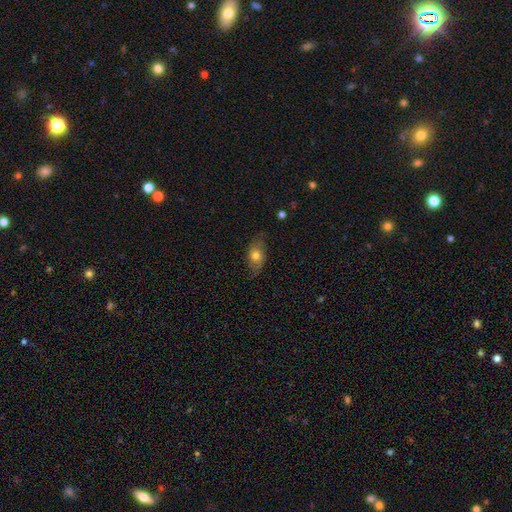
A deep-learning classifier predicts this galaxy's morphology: Smooth or featured: smooth — 61% (featured or disk — 31%)
How rounded: in between — 78% (round — 17%)
Merging: none — 68% (minor disturbance — 23%)